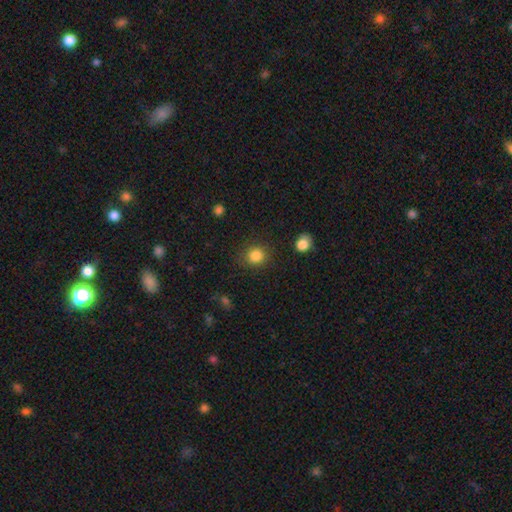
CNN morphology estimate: A smooth galaxy with no disk features (85%) that is round (84%).

Vote fractions:
- Smooth or featured? smooth: 85% / star or artifact: 11% / featured or disk: 4%
- How rounded? round: 84% / in between: 15% / cigar-shaped: 1%
- Merging? none: 84% / minor disturbance: 10% / major disturbance: 4% / merger: 2%